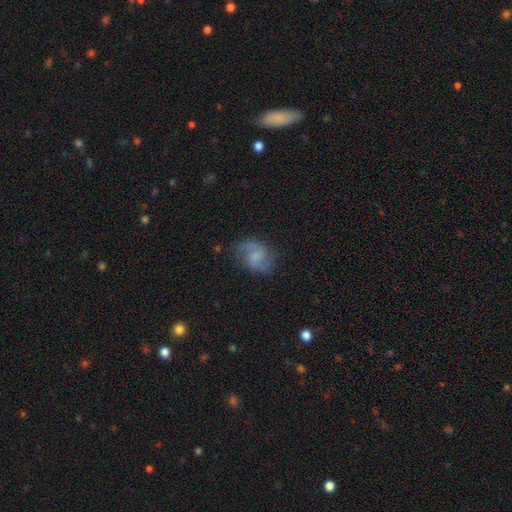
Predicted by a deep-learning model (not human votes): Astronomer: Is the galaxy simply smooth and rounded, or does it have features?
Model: featured or disk — 64%.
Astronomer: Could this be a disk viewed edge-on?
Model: no — 98%.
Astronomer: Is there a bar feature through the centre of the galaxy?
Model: weak — 54% (runner-up: no, 34%).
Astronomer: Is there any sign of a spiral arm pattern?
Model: yes — 91%.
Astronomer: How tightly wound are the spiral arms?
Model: medium — 44% (runner-up: loose, 43%).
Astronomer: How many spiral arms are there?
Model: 2 — 85%.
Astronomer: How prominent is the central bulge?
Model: none — 40% (runner-up: small, 30%).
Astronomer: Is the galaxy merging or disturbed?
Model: none — 68%.